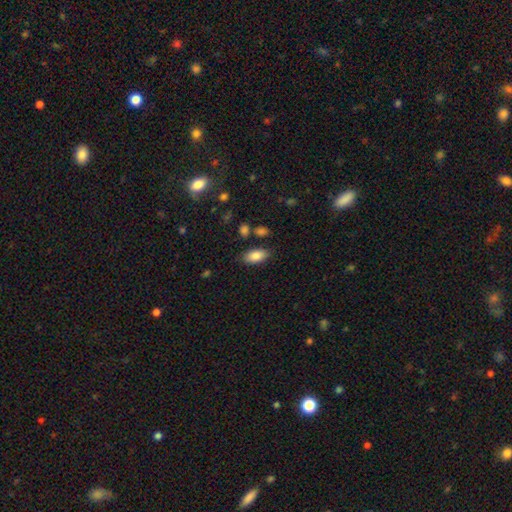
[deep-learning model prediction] smooth_or_featured: smooth (p=0.86) [alt: star or artifact p=0.07]
how_rounded: in between (p=0.92) [alt: cigar-shaped p=0.05]
merging: none (p=0.79) [alt: minor disturbance p=0.13]